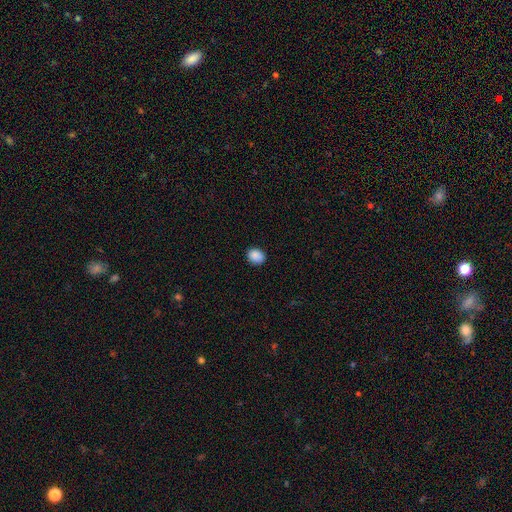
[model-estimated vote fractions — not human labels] This appears to be a smooth galaxy with no disk features (89%) that is round (55%). Merging: none (88%).